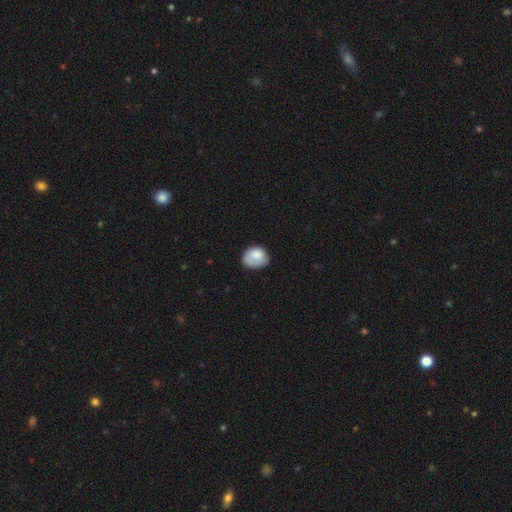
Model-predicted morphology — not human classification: smooth_or_featured: smooth (p=0.79) [alt: featured or disk p=0.14]
how_rounded: in between (p=0.55) [alt: round p=0.44]
merging: none (p=0.51) [alt: minor disturbance p=0.34]